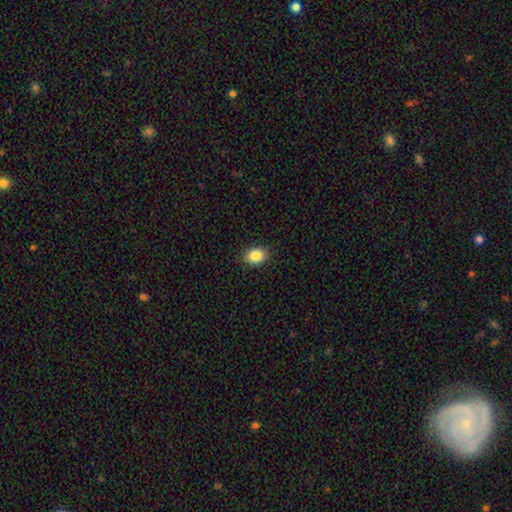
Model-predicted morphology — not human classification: Smooth or featured?
  - smooth: 86% *
  - star or artifact: 9%
  - featured or disk: 5%
How rounded?
  - in between: 64% *
  - round: 35%
  - cigar-shaped: 1%
Merging?
  - none: 89% *
  - minor disturbance: 8%
  - major disturbance: 2%
  - merger: 1%